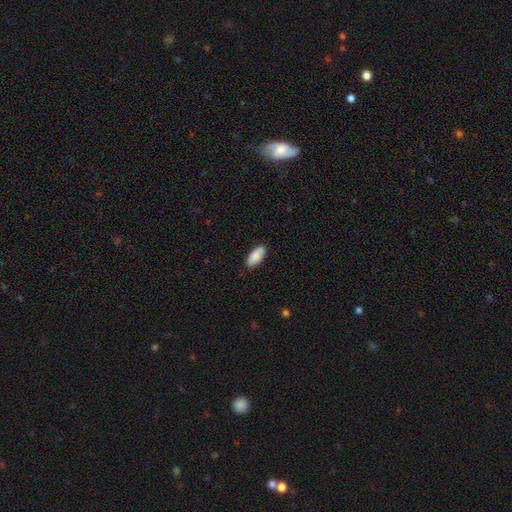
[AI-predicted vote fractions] Q: Smooth or featured?
A: smooth (87%); runner-up: featured or disk (7%)
Q: How rounded?
A: in between (91%); runner-up: cigar-shaped (8%)
Q: Merging?
A: none (86%); runner-up: minor disturbance (11%)